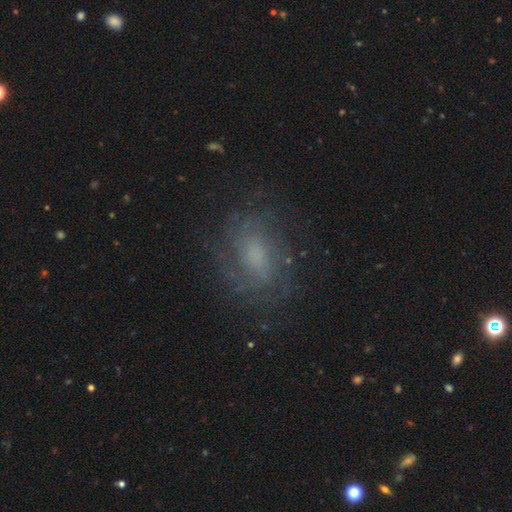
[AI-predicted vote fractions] This appears to be a featured or disk galaxy (59%) with no bar (58%), spiral arms (84%) and a moderate central bulge (36%). Merging: none (74%).